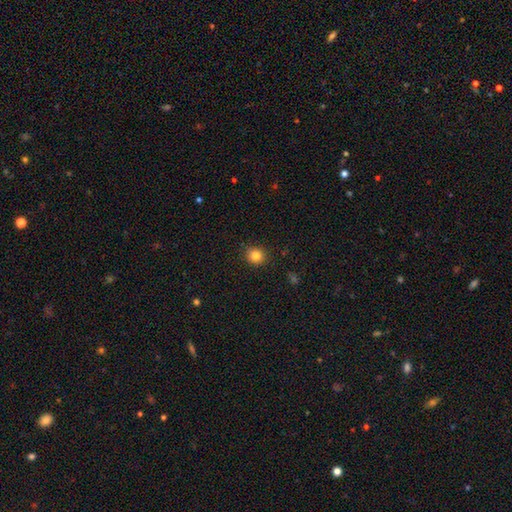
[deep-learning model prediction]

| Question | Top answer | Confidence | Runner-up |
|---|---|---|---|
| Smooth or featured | smooth | 82% | star or artifact (11%) |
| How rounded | round | 83% | in between (16%) |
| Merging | none | 90% | minor disturbance (7%) |